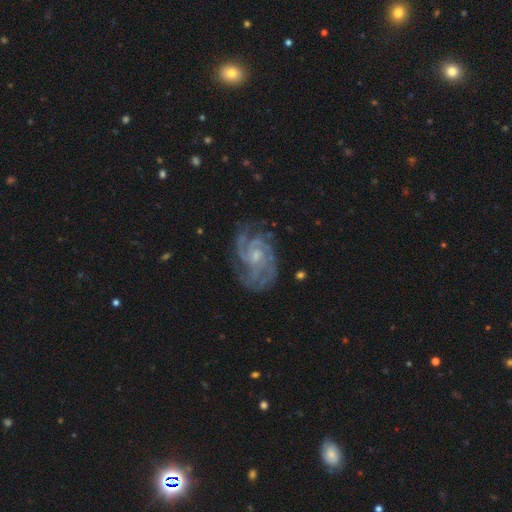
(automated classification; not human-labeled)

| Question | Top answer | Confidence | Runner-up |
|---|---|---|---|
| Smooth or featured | featured or disk | 90% | star or artifact (5%) |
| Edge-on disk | no | 98% | yes (2%) |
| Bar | no | 59% | weak (35%) |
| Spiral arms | yes | 98% | no (2%) |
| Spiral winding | tight | 58% | medium (36%) |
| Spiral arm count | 3 | 30% | 4 (20%) |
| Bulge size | small | 59% | moderate (32%) |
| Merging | none | 74% | minor disturbance (18%) |